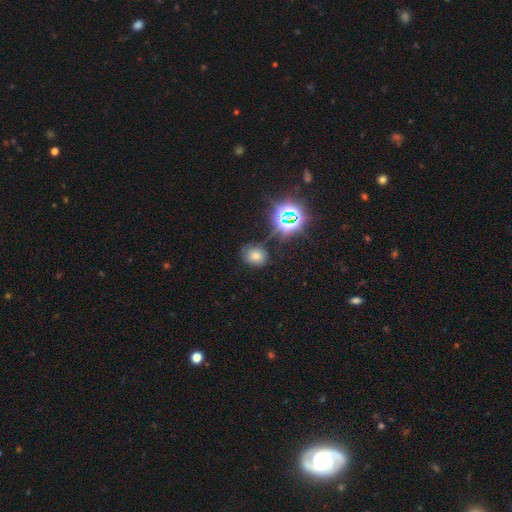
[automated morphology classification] Smooth or featured: smooth — 61% (star or artifact — 29%)
How rounded: round — 57% (in between — 41%)
Merging: none — 72% (minor disturbance — 18%)